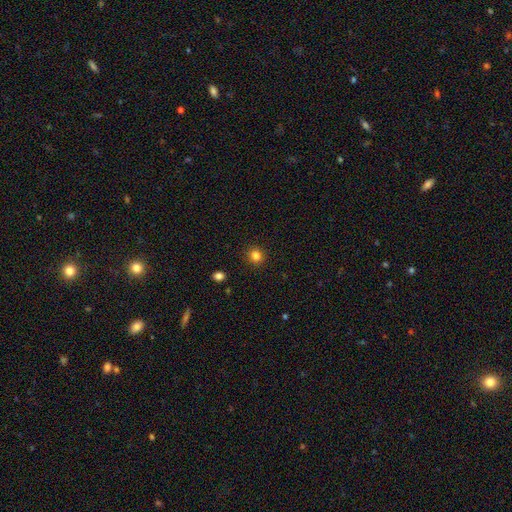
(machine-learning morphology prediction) Smooth or featured? Predicted: smooth (p=0.83). How rounded? Predicted: round (p=0.91). Merging? Predicted: none (p=0.91).